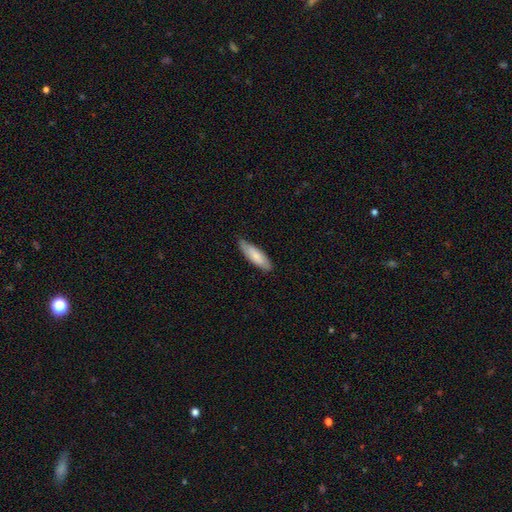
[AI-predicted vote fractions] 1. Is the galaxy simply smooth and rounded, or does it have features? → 74% smooth, 21% featured or disk, 5% star or artifact.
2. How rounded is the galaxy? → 49% cigar-shaped (tied), 49% in between (tied), 1% round.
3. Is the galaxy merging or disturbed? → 78% none, 19% minor disturbance, 2% major disturbance, 1% merger.